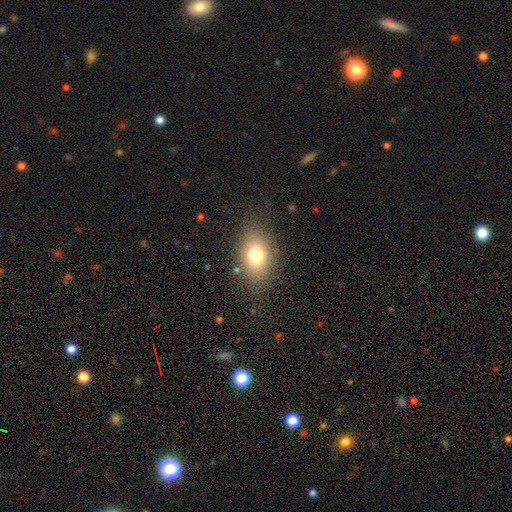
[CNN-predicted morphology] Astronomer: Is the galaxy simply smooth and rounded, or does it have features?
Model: smooth — 76%.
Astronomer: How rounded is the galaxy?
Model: in between — 79%.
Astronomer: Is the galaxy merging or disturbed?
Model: none — 80%.